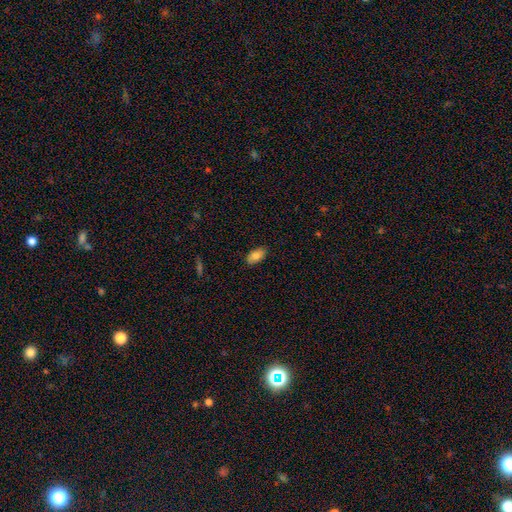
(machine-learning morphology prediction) Smooth or featured? smooth (80%)
How rounded? in between (93%)
Merging? none (86%)